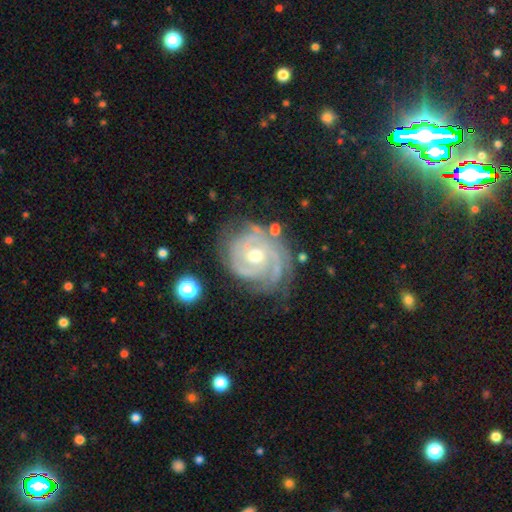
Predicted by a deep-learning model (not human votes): This is clearly a featured or disk galaxy (90%). It is clearly not viewed edge-on (98%). Bar: likely no (70%). Spiral arm pattern: clearly yes (97%). Spiral arm count: marginally 3 (36%). Spiral winding: likely tight (72%). Central bulge: likely moderate (67%). Merging: likely none (68%).